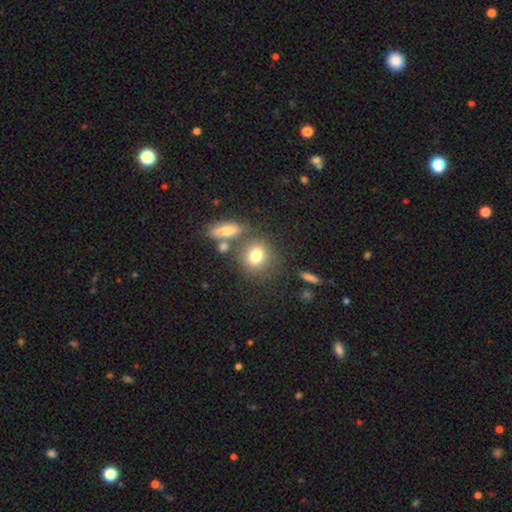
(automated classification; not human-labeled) Smooth or featured? Predicted: smooth (p=0.77). How rounded? Predicted: round (p=0.67). Merging? Predicted: none (p=0.67).